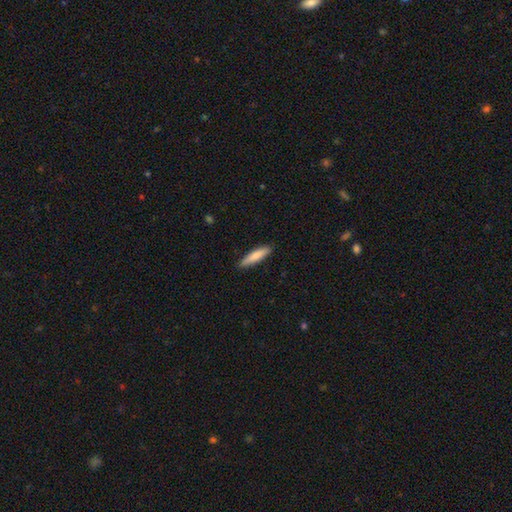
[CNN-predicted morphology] Smooth or featured? smooth (79%)
How rounded? cigar-shaped (80%)
Merging? none (88%)